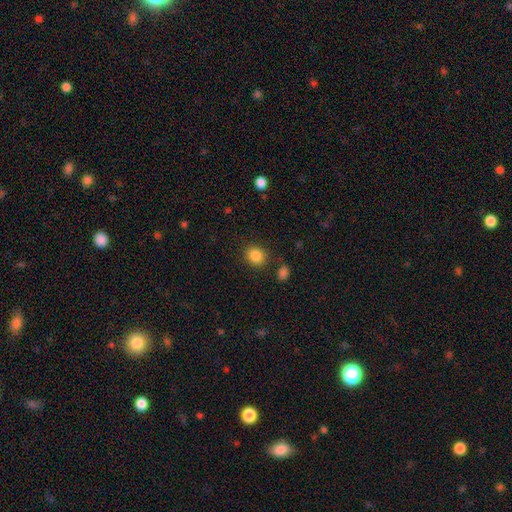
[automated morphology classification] Smooth or featured: smooth — 86% (star or artifact — 10%)
How rounded: round — 74% (in between — 25%)
Merging: none — 83% (minor disturbance — 10%)